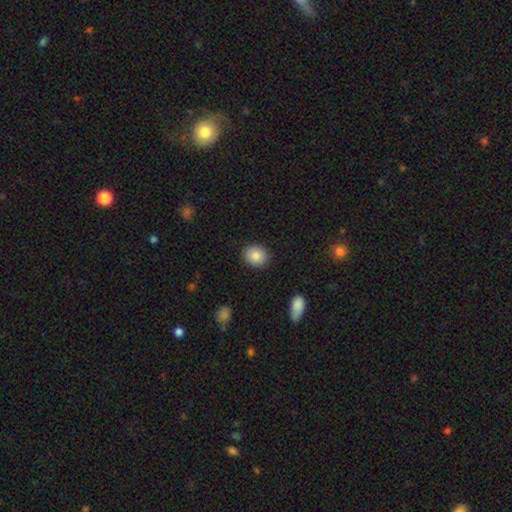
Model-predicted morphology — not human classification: A smooth galaxy with no disk features (85%) that is round (59%). Merging: none (89%).